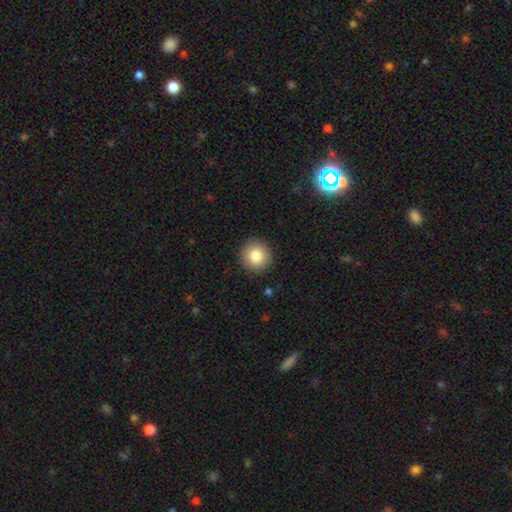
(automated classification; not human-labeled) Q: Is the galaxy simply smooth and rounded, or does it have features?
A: smooth — 84%.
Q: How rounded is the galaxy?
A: round — 94%.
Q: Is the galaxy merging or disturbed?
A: none — 91%.